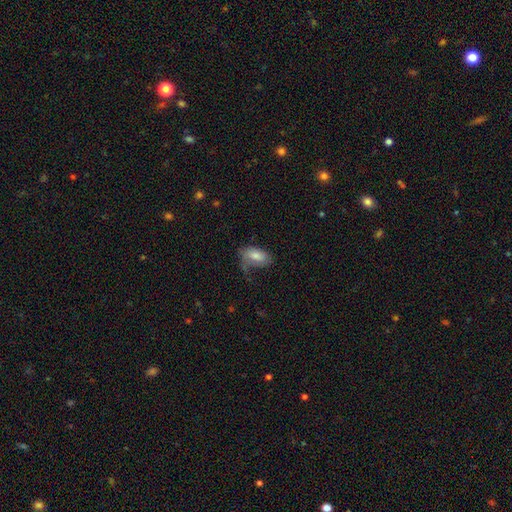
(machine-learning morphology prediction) This appears to be a smooth galaxy with no disk features (76%) that is in between round and cigar-shaped (93%). Merging: none (44%).